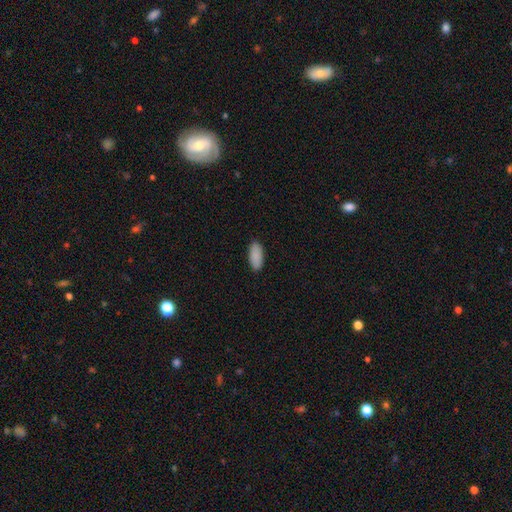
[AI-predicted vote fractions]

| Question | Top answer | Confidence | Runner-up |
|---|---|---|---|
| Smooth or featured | smooth | 90% | star or artifact (6%) |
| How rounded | in between | 90% | cigar-shaped (8%) |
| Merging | none | 89% | minor disturbance (8%) |